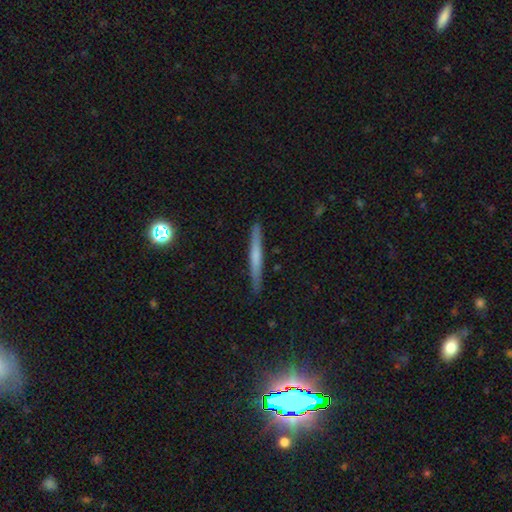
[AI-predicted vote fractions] Overall: smooth (50%; featured or disk 42%). How rounded: cigar-shaped (96%). Merging: none (90%).